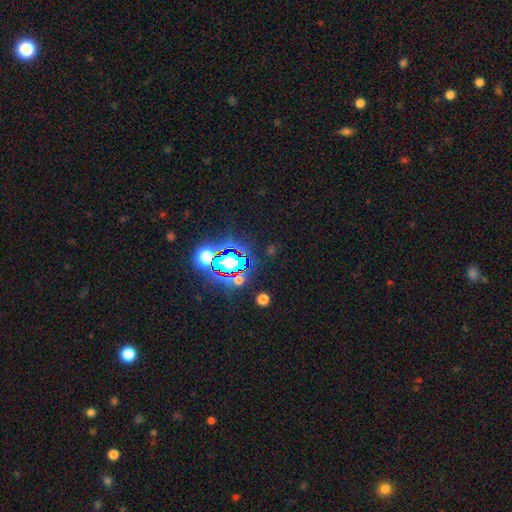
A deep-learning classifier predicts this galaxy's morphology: The model was most divided on "smooth or featured": star or artifact: 83%, smooth: 10%, featured or disk: 7%.